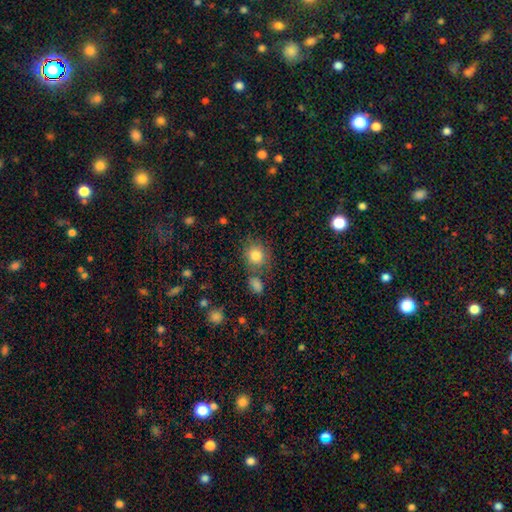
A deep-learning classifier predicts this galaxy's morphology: The model was most divided on "merging": none: 69%, minor disturbance: 14%, merger: 12%, major disturbance: 5%. More confident: smooth or featured — smooth (82%); how rounded — round (79%).